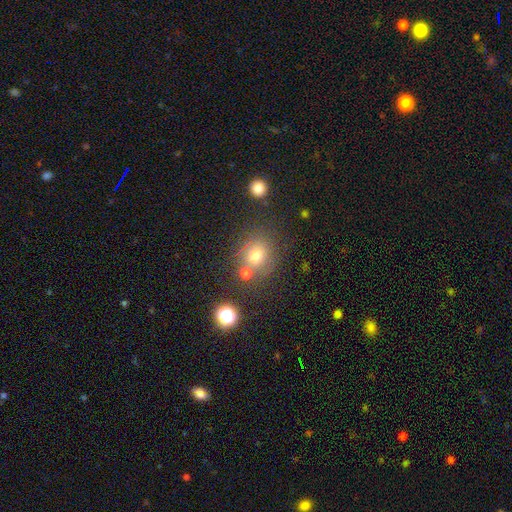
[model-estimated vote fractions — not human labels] Overall: smooth (72%). How rounded: round (72%). Merging: none (70%).